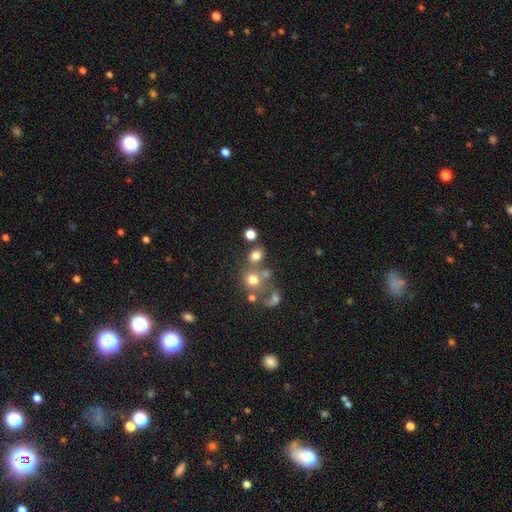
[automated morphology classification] type=smooth (72%); roundness=round (63%); merging=none (50%).